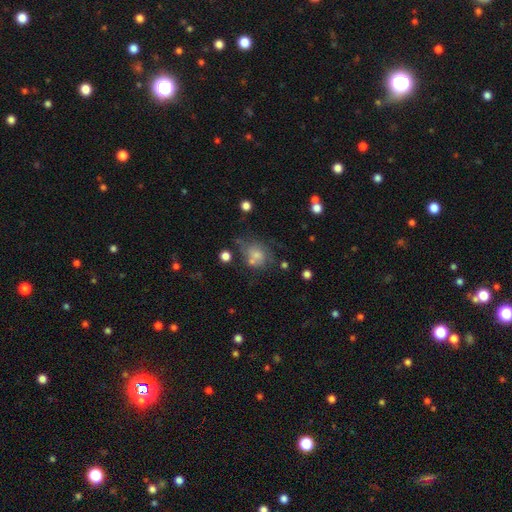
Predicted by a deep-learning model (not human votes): The model was most divided on "merging": none: 39%, minor disturbance: 24%, merger: 19%, major disturbance: 18%. More confident: smooth or featured — smooth (64%); how rounded — round (62%).